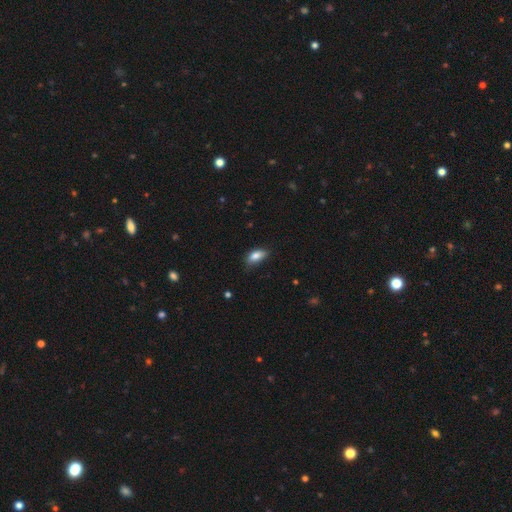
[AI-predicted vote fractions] A smooth galaxy with no disk features (83%) that is in between round and cigar-shaped (88%).

Vote fractions:
- Smooth or featured? smooth: 83% / featured or disk: 9% / star or artifact: 8%
- How rounded? in between: 88% / cigar-shaped: 8% / round: 4%
- Merging? none: 65% / minor disturbance: 28% / major disturbance: 5% / merger: 1%